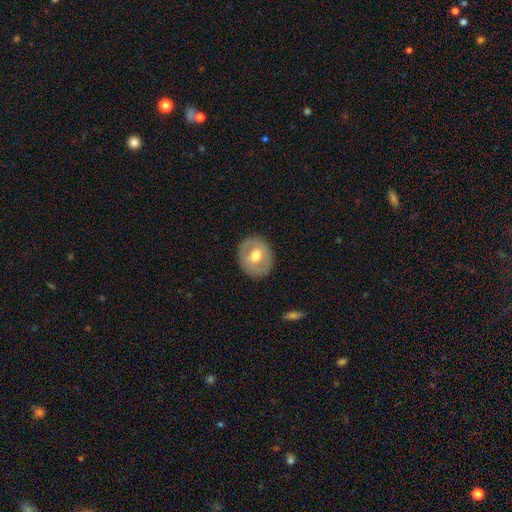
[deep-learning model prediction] This appears to be a smooth galaxy with no disk features (49%). Merging: none (87%).